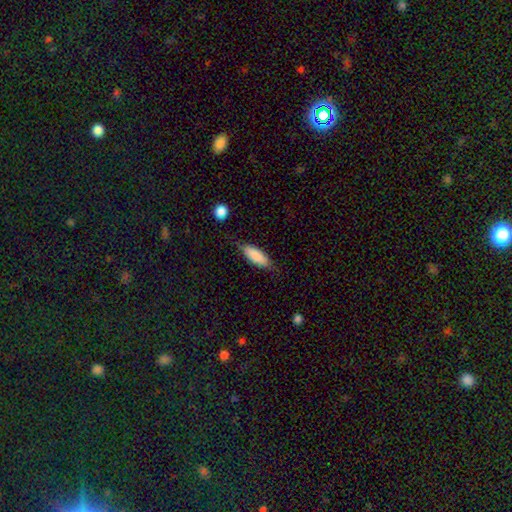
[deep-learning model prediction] This is clearly a smooth galaxy (85%). How rounded: likely in between (70%). Merging: likely none (73%).